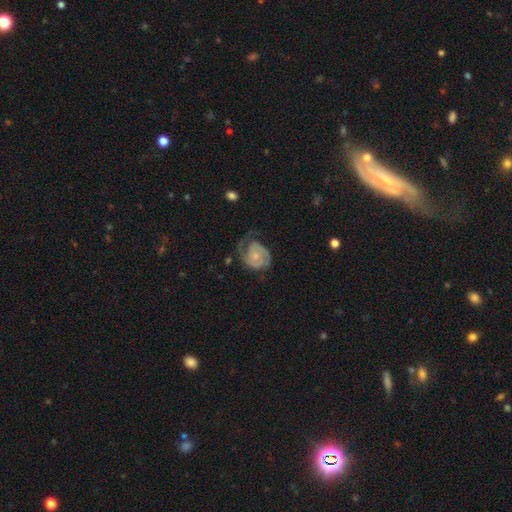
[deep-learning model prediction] smooth-or-featured: featured or disk: 80% | smooth: 15% | star or artifact: 5%
  disk-edge-on: no: 98% | yes: 2%
    bar: no: 71% | weak: 24% | strong: 4%
    has-spiral-arms: yes: 95% | no: 5%
      spiral-winding: tight: 52% | medium: 34% | loose: 14%
      spiral-arm-count: 2: 53% | 1: 32% | can't tell: 9% | 3: 4% | 4: 1% | more than 4: 1%
    bulge-size: small: 55% | moderate: 34% | none: 7% | large: 3% | dominant: 1%
  merging: none: 47% | major disturbance: 28% | minor disturbance: 23% | merger: 2%